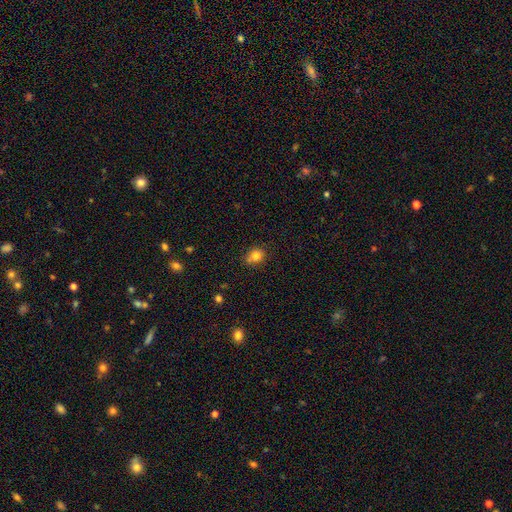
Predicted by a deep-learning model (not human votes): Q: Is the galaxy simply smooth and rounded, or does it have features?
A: smooth — 81%.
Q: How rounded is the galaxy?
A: round — 63%.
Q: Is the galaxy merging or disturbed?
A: none — 71%.